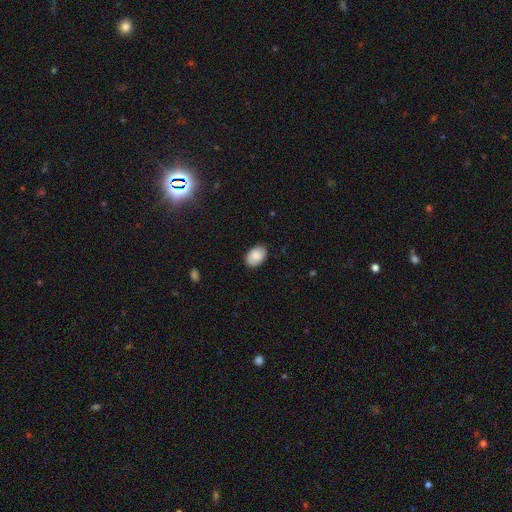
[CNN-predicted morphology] This appears to be a smooth galaxy with no disk features (88%) that is in between round and cigar-shaped (87%). Merging: none (86%).